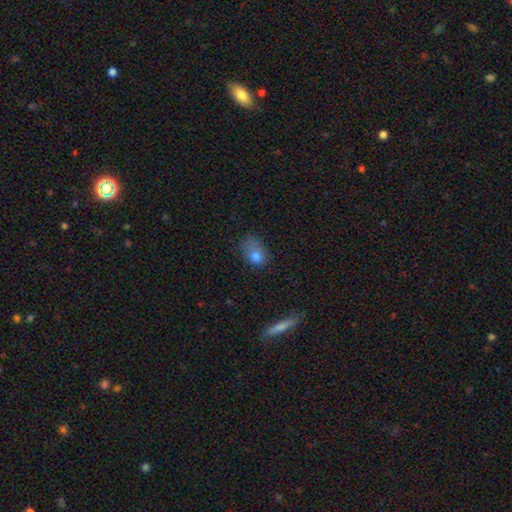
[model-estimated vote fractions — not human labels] smooth-or-featured: smooth: 76% | featured or disk: 12% | star or artifact: 12%
  how-rounded: in between: 69% | round: 29% | cigar-shaped: 2%
  merging: none: 38% | minor disturbance: 33% | major disturbance: 25% | merger: 4%